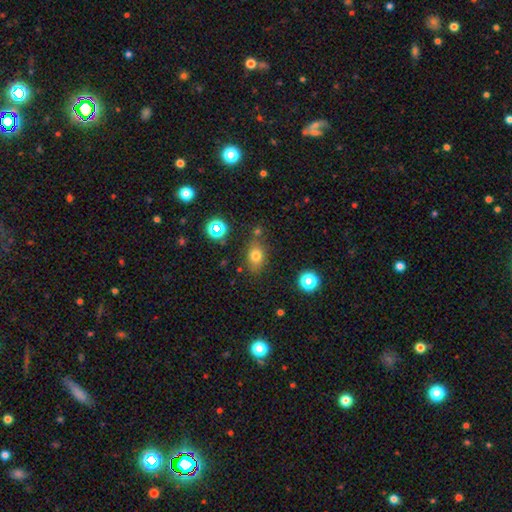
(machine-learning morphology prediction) Smooth or featured? smooth (75%)
How rounded? in between (67%)
Merging? none (72%)